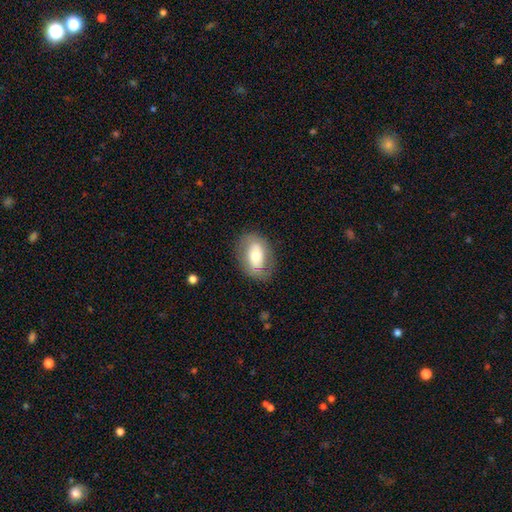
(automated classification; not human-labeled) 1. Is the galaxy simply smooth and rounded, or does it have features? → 57% smooth, 36% featured or disk, 7% star or artifact.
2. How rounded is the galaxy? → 82% in between, 16% round, 2% cigar-shaped.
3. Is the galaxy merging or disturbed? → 78% none, 14% minor disturbance, 6% major disturbance, 1% merger.